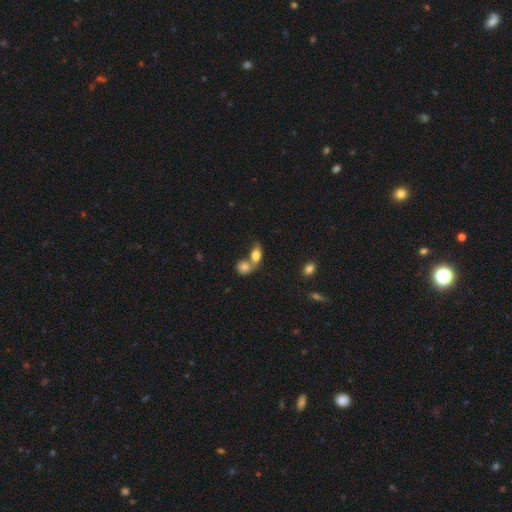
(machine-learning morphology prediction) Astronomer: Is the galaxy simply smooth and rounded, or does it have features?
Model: smooth — 77%.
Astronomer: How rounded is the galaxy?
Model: in between — 78%.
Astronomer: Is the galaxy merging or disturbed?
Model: merger — 63%.